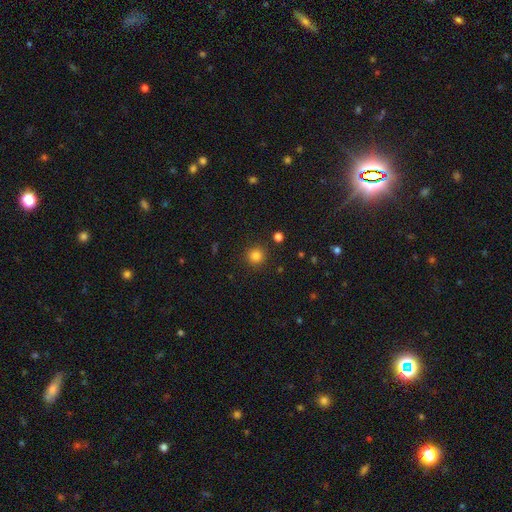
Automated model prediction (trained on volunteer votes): smooth_or_featured: smooth (p=0.83) [alt: star or artifact p=0.13]
how_rounded: round (p=0.94) [alt: in between p=0.05]
merging: none (p=0.90) [alt: minor disturbance p=0.06]